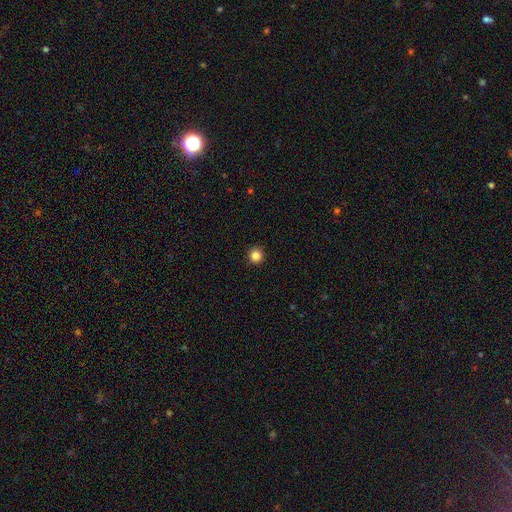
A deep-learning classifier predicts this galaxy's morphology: Overall: smooth (85%). How rounded: round (95%). Merging: none (93%).